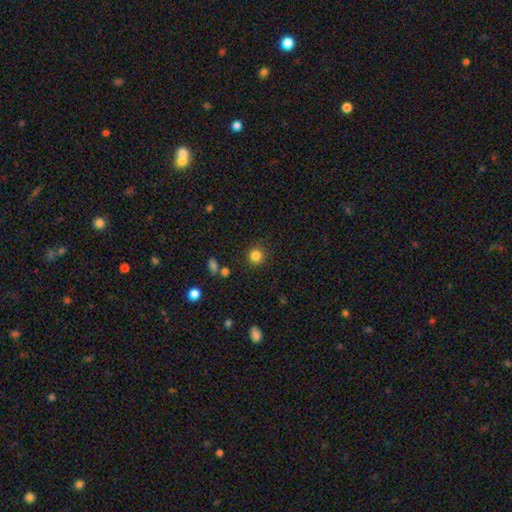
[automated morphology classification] type=smooth (83%); roundness=round (93%); merging=none (87%).